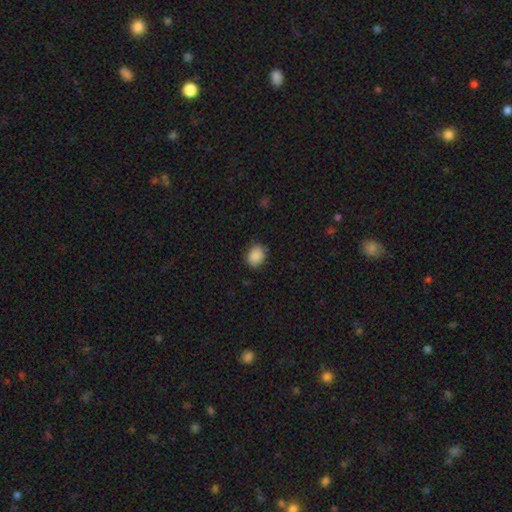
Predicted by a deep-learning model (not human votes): A smooth galaxy with no disk features (88%) that is in between round and cigar-shaped (52%). Merging: none (81%).